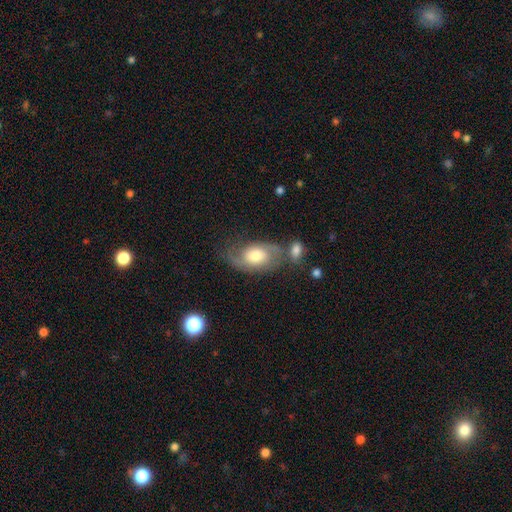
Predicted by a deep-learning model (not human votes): smooth-or-featured: featured or disk: 61% | smooth: 31% | star or artifact: 7%
  disk-edge-on: no: 95% | yes: 5%
    bar: no: 71% | weak: 24% | strong: 4%
    has-spiral-arms: yes: 86% | no: 14%
      spiral-winding: medium: 43% | loose: 37% | tight: 20%
      spiral-arm-count: 2: 80% | can't tell: 9% | 1: 7% | 3: 1% | 4: 1% | more than 4: 1%
    bulge-size: moderate: 57% | large: 22% | small: 16% | dominant: 3% | none: 2%
  merging: none: 49% | minor disturbance: 22% | merger: 15% | major disturbance: 14%